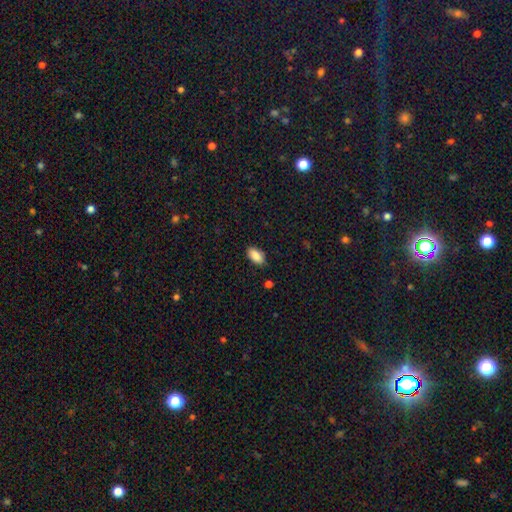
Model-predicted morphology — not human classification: smooth 87%, star or artifact 8%, featured or disk 5%. Down the decision tree: how rounded — in between (93%); merging — none (85%).